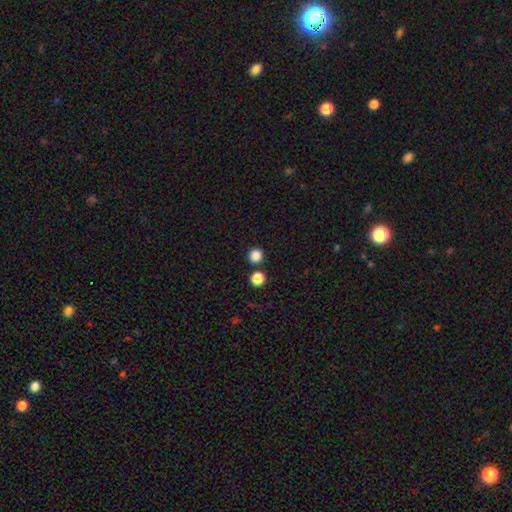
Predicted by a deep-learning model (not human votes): This is clearly a smooth galaxy (85%). How rounded: clearly round (94%). Merging: clearly none (84%).